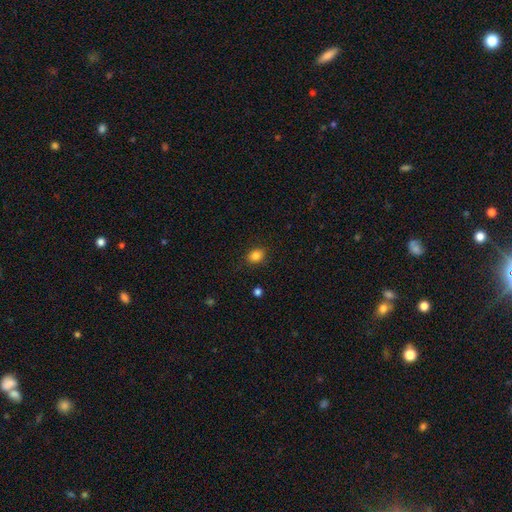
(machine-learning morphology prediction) This appears to be a smooth galaxy with no disk features (84%) that is in between round and cigar-shaped (61%). Merging: none (85%).